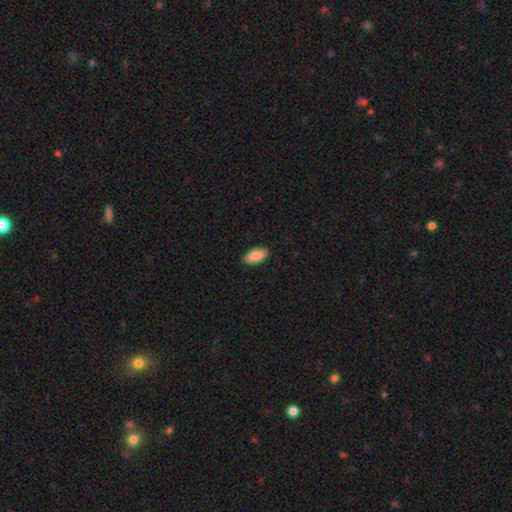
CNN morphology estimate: Smooth or featured?
  - smooth: 89% *
  - star or artifact: 6%
  - featured or disk: 5%
How rounded?
  - in between: 95% *
  - cigar-shaped: 3%
  - round: 2%
Merging?
  - none: 89% *
  - minor disturbance: 8%
  - major disturbance: 2%
  - merger: 1%